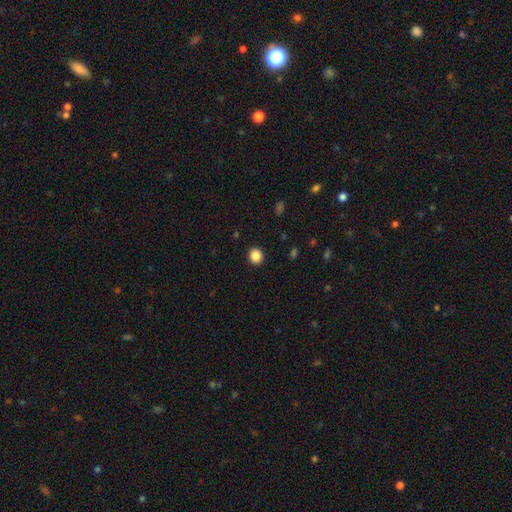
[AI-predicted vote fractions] Smooth or featured: smooth — 87% (star or artifact — 10%)
How rounded: round — 84% (in between — 15%)
Merging: none — 92% (minor disturbance — 5%)